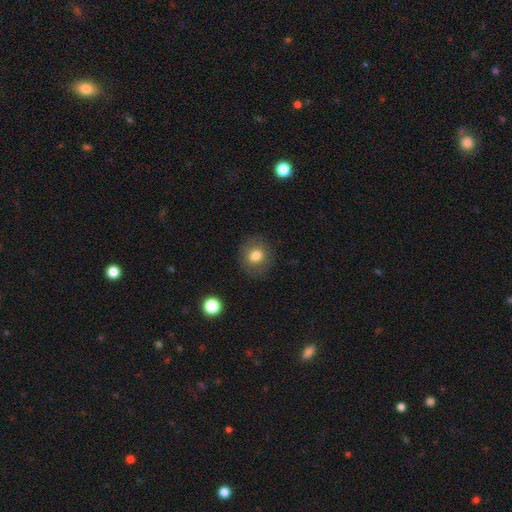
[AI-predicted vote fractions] This is likely a smooth galaxy (79%). How rounded: likely round (77%). Merging: clearly none (86%).